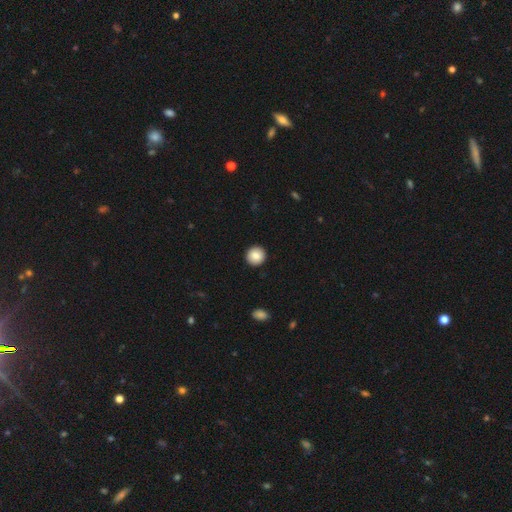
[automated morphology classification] Smooth or featured: smooth — 87% (star or artifact — 8%)
How rounded: round — 95% (in between — 4%)
Merging: none — 93% (minor disturbance — 4%)